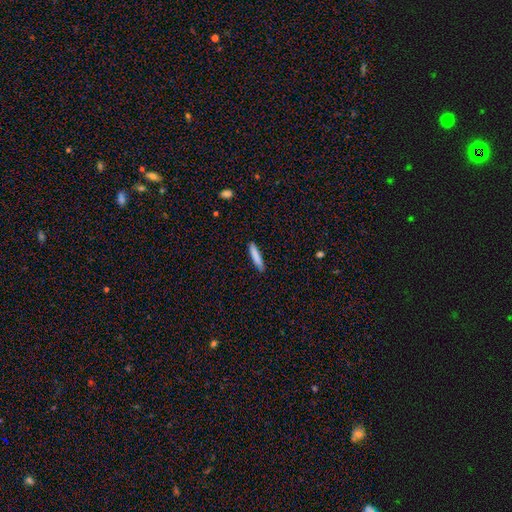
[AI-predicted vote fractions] Morphology: type=smooth (84%); roundness=cigar-shaped (89%); merging=none (86%).